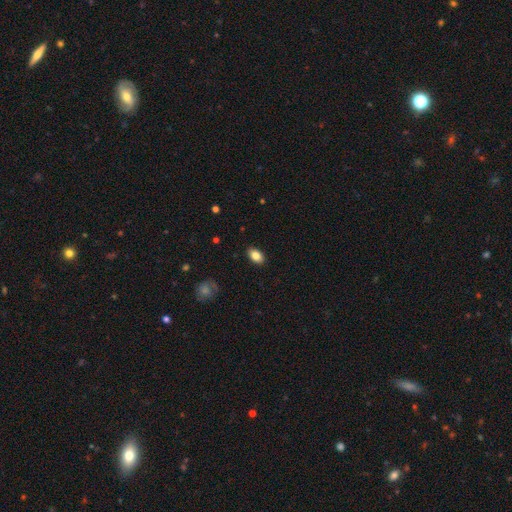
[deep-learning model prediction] smooth-or-featured: smooth: 84% | featured or disk: 8% | star or artifact: 8%
  how-rounded: in between: 90% | round: 9% | cigar-shaped: 2%
  merging: none: 89% | minor disturbance: 8% | major disturbance: 2% | merger: 1%